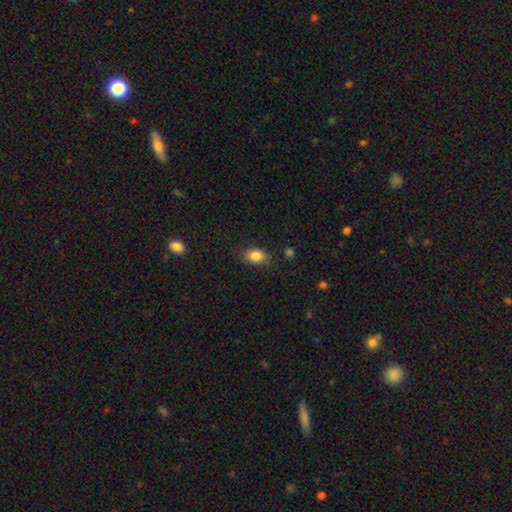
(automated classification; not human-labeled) Smooth or featured?
  - smooth: 85% *
  - star or artifact: 9%
  - featured or disk: 5%
How rounded?
  - in between: 79% *
  - round: 19%
  - cigar-shaped: 2%
Merging?
  - none: 81% *
  - minor disturbance: 14%
  - major disturbance: 4%
  - merger: 2%